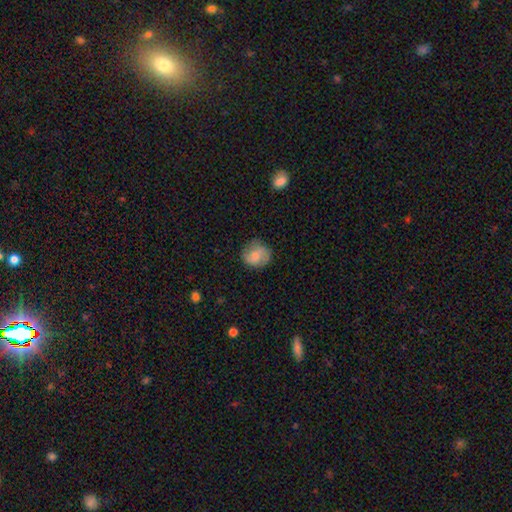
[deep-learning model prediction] smooth 66%, featured or disk 26%, star or artifact 8%. Down the decision tree: how rounded — round (81%); merging — none (75%).